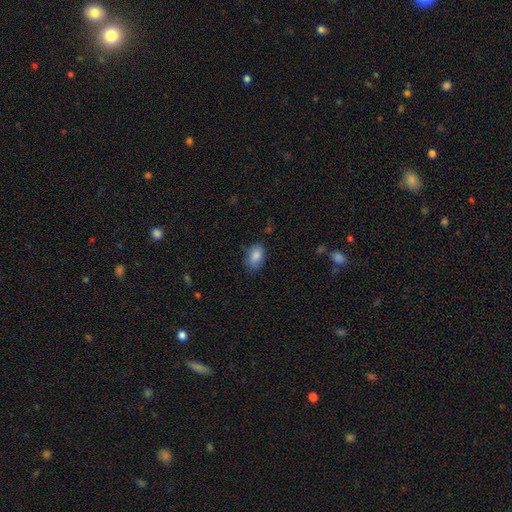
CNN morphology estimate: Overall: smooth (86%). How rounded: in between (83%). Merging: none (77%).